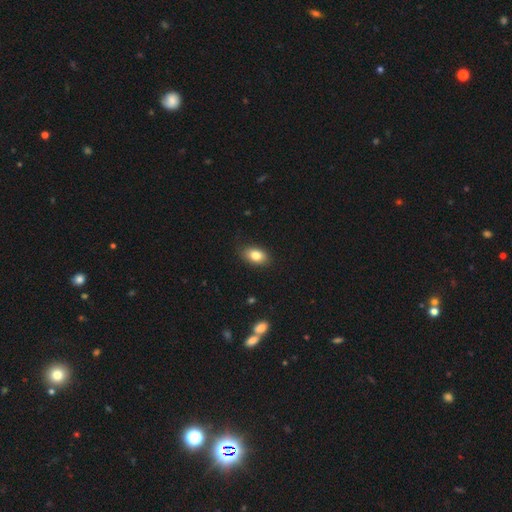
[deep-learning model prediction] smooth 82%, featured or disk 10%, star or artifact 8%. Down the decision tree: how rounded — in between (87%); merging — none (84%).